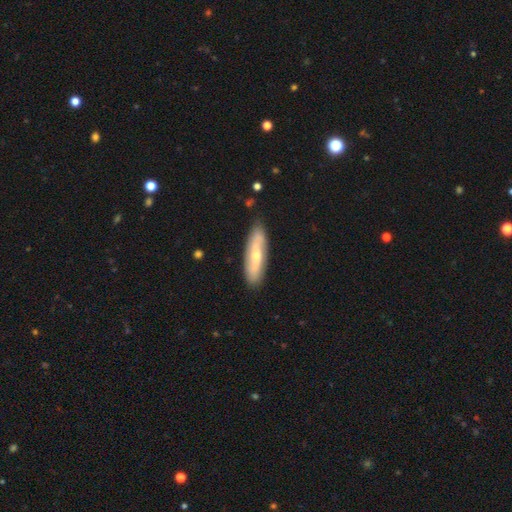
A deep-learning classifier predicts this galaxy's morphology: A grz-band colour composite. It shows a featured or disk galaxy (52%). Merging: none (87%).